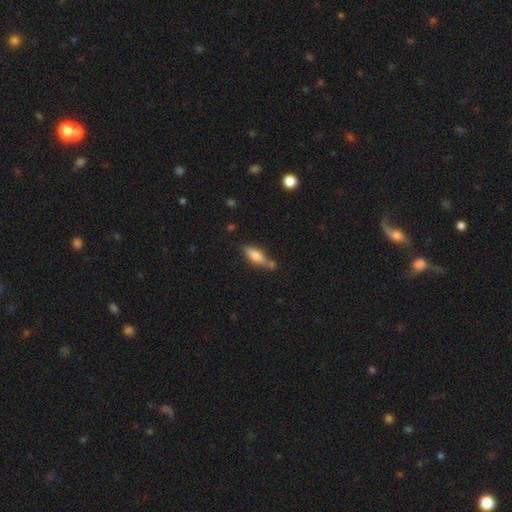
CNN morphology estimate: type=smooth (72%); roundness=in between (56%); merging=none (59%).